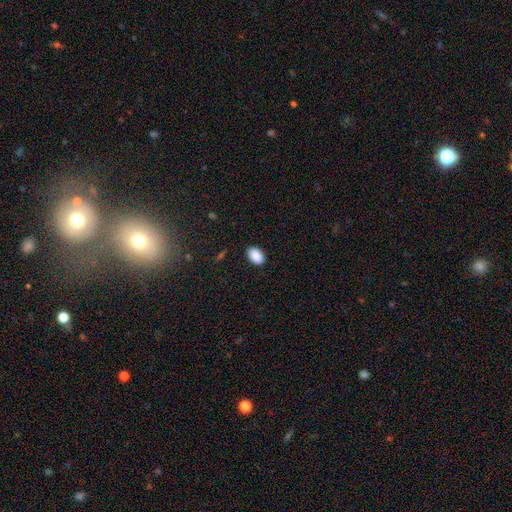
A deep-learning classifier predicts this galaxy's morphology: A smooth galaxy with no disk features (90%) that is in between round and cigar-shaped (88%). Merging: none (88%).